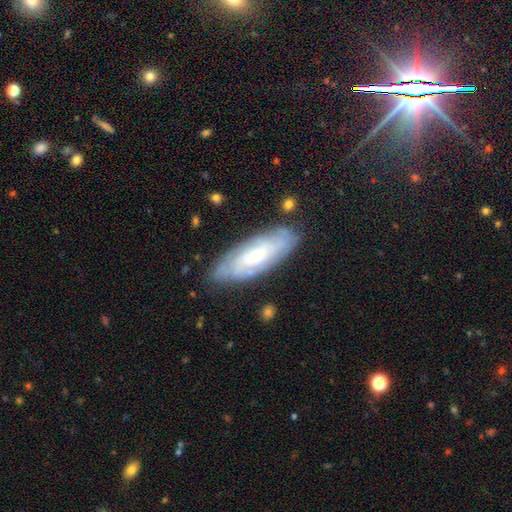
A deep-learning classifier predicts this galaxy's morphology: A featured or disk galaxy (62%) with no bar (64%), spiral arms (83%) and a small central bulge (61%).

Vote fractions:
- Smooth or featured? featured or disk: 62% / smooth: 32% / star or artifact: 7%
- Edge-on disk? no: 82% / yes: 18%
- Bar? no: 64% / weak: 29% / strong: 7%
- Spiral arms? yes: 83% / no: 17%
- Bulge size? small: 61% / moderate: 31% / large: 3% / none: 3% / dominant: 1%
- Merging? none: 80% / minor disturbance: 15% / major disturbance: 3% / merger: 2%